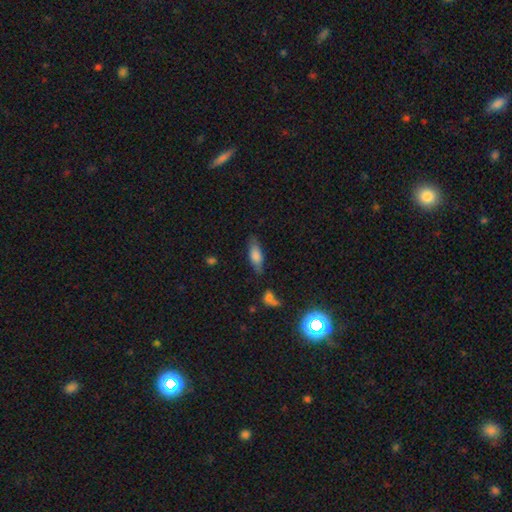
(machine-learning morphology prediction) type=smooth (76%); roundness=in between (71%); merging=none (69%).